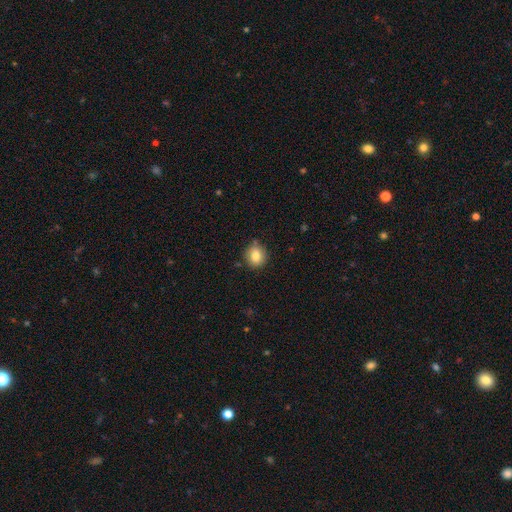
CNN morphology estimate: Smooth or featured: smooth — 83% (star or artifact — 10%)
How rounded: round — 81% (in between — 18%)
Merging: none — 79% (minor disturbance — 15%)